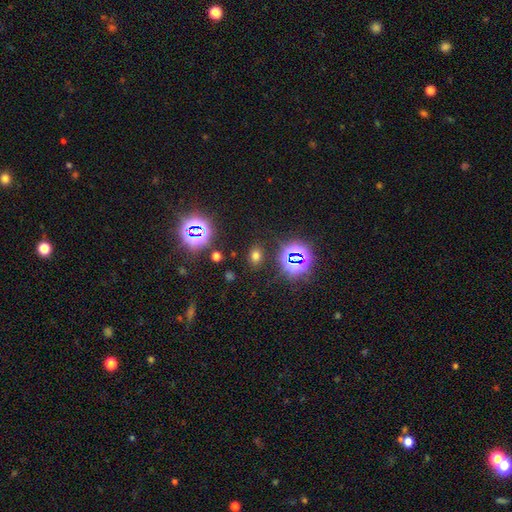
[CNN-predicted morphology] smooth-or-featured: smooth: 60% | star or artifact: 33% | featured or disk: 7%
  how-rounded: in between: 68% | round: 31% | cigar-shaped: 2%
  merging: none: 85% | minor disturbance: 9% | major disturbance: 3% | merger: 3%